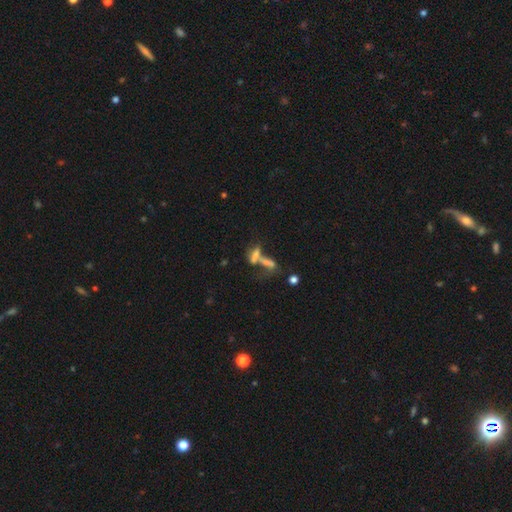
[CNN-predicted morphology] smooth-or-featured: smooth: 53% | featured or disk: 30% | star or artifact: 17%
  how-rounded: cigar-shaped: 48% | in between: 45% | round: 7%
  merging: merger: 56% | none: 23% | major disturbance: 12% | minor disturbance: 8%